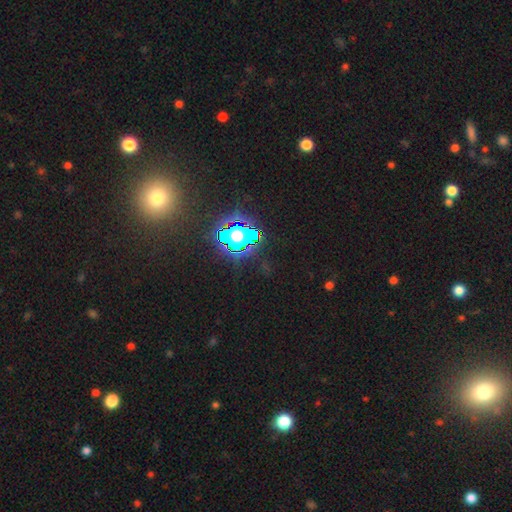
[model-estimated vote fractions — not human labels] Overall: star or artifact (79%).